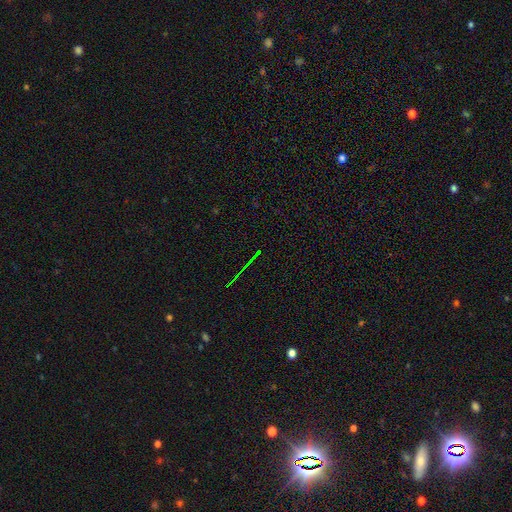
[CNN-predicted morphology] A star or artifact, not a galaxy (78%).